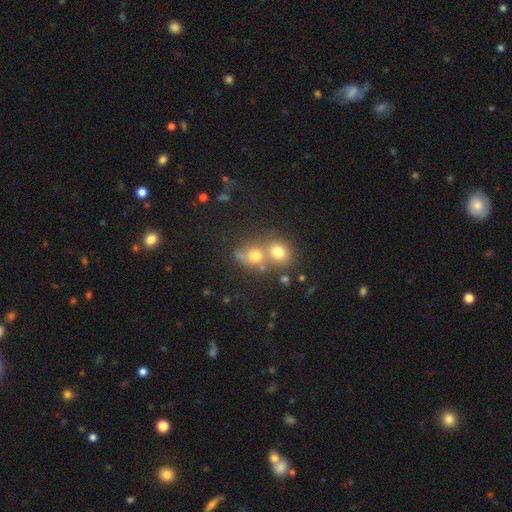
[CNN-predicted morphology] Smooth or featured: smooth — 66% (featured or disk — 18%)
How rounded: round — 69% (in between — 29%)
Merging: merger — 60% (none — 29%)